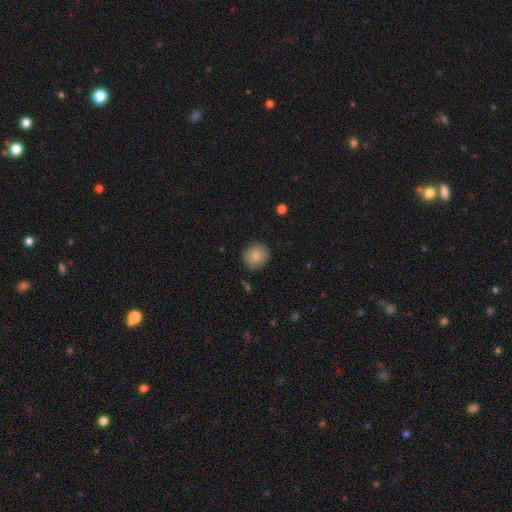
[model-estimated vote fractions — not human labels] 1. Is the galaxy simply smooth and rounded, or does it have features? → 83% smooth, 9% featured or disk, 8% star or artifact.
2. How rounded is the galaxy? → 86% round, 13% in between, 1% cigar-shaped.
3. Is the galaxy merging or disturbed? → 85% none, 11% minor disturbance, 3% major disturbance, 1% merger.